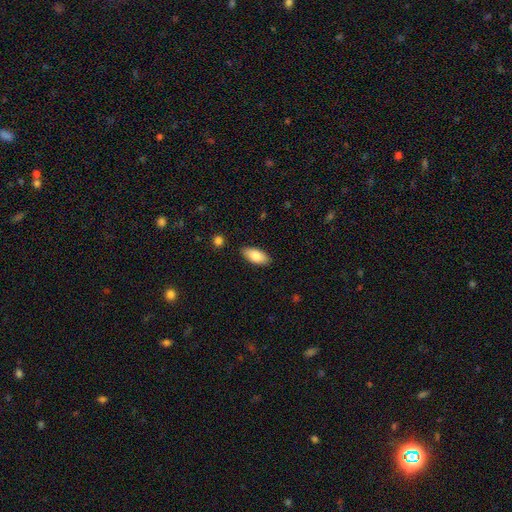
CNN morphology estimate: A smooth galaxy with no disk features (82%) that is in between round and cigar-shaped (89%). Merging: none (87%).